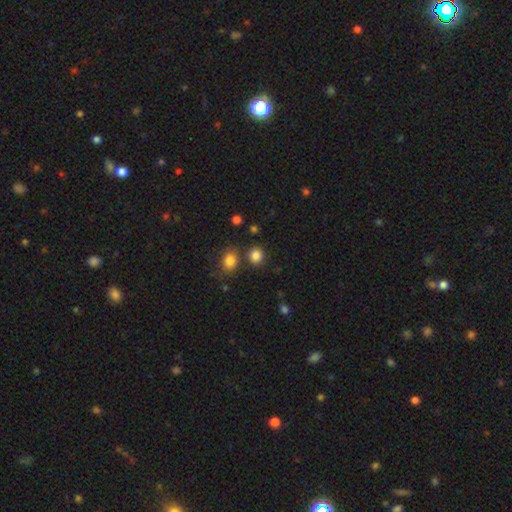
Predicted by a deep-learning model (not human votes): A smooth galaxy with no disk features (84%) that is round (85%). Merging: none (80%).